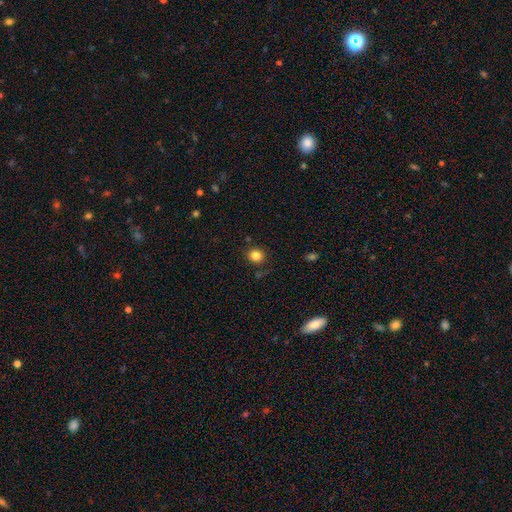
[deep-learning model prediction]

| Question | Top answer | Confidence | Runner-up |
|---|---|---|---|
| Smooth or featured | smooth | 84% | star or artifact (11%) |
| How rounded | round | 86% | in between (13%) |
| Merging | none | 84% | minor disturbance (9%) |